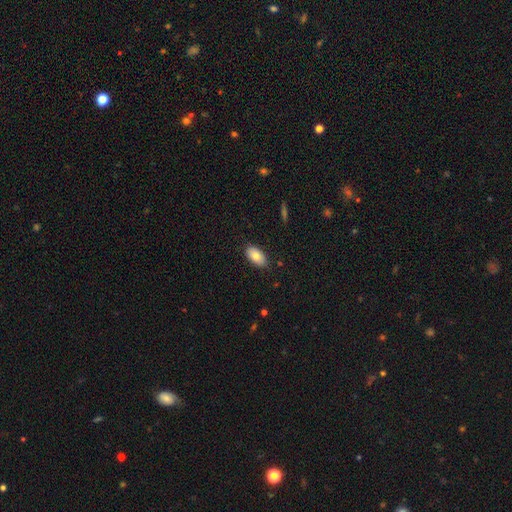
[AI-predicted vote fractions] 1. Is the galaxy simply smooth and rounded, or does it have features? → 79% smooth, 14% featured or disk, 7% star or artifact.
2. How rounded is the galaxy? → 94% in between, 4% round, 2% cigar-shaped.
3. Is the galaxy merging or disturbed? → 85% none, 11% minor disturbance, 2% major disturbance, 1% merger.